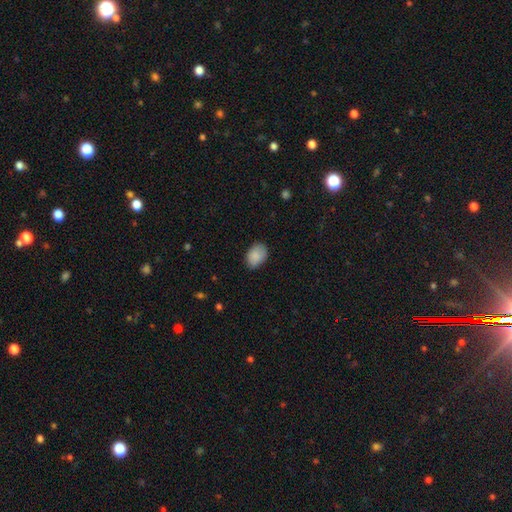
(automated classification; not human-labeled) A smooth galaxy with no disk features (88%) that is in between round and cigar-shaped (81%). Merging: none (77%).